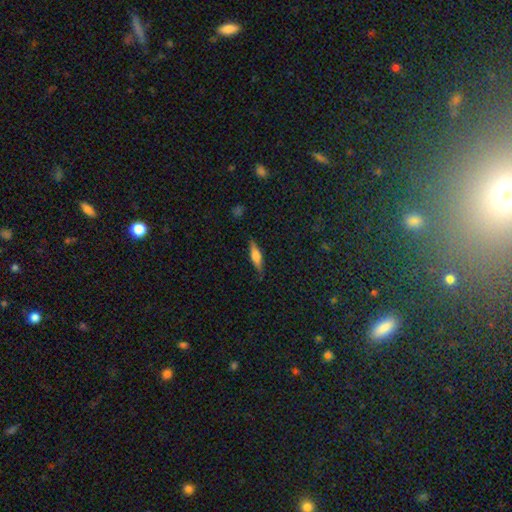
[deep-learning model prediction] Smooth or featured?
  - smooth: 54% *
  - featured or disk: 39%
  - star or artifact: 7%
How rounded?
  - cigar-shaped: 62% *
  - in between: 35%
  - round: 3%
Merging?
  - none: 83% *
  - minor disturbance: 13%
  - major disturbance: 3%
  - merger: 1%